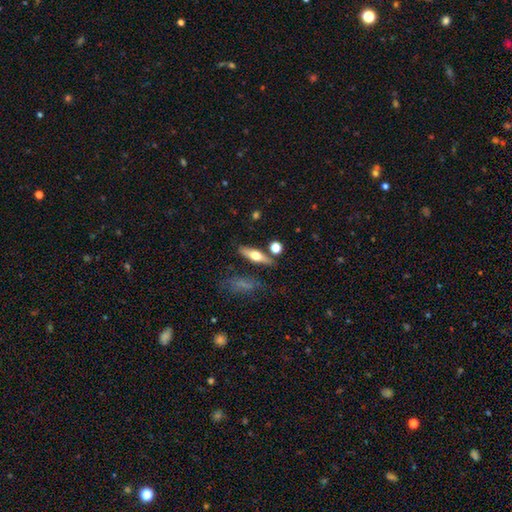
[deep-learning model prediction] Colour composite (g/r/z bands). It shows a smooth galaxy with no disk features (48%). Merging: none (76%).